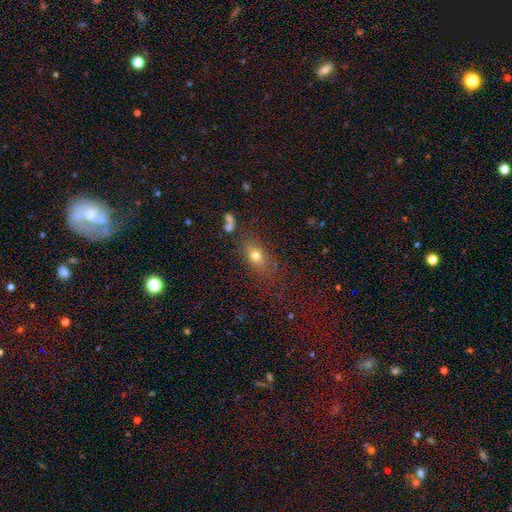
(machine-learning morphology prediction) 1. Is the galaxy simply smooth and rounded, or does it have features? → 73% smooth, 14% star or artifact, 13% featured or disk.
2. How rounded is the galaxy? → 71% in between, 22% round, 7% cigar-shaped.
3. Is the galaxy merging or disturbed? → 71% none, 16% minor disturbance, 8% major disturbance, 6% merger.